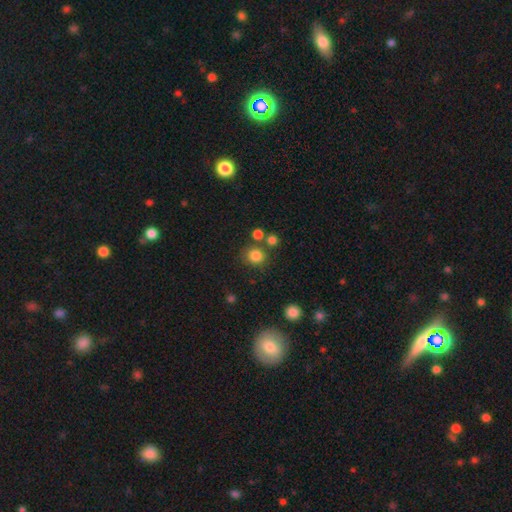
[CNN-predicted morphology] smooth_or_featured: smooth (p=0.81) [alt: star or artifact p=0.13]
how_rounded: round (p=0.87) [alt: in between p=0.12]
merging: none (p=0.74) [alt: merger p=0.12]